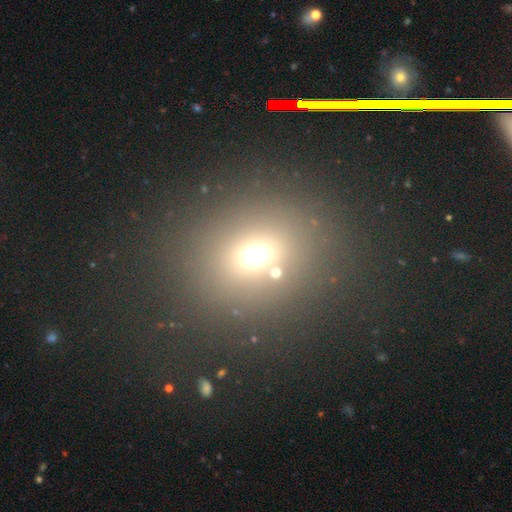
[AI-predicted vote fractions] smooth_or_featured: smooth (p=0.62) [alt: star or artifact p=0.28]
how_rounded: round (p=0.67) [alt: in between p=0.32]
merging: none (p=0.77) [alt: minor disturbance p=0.09]